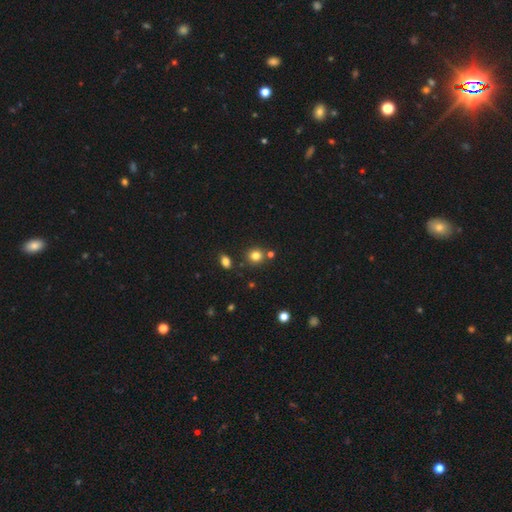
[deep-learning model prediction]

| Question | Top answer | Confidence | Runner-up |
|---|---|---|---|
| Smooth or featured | smooth | 80% | star or artifact (14%) |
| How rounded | round | 83% | in between (16%) |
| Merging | none | 77% | merger (11%) |